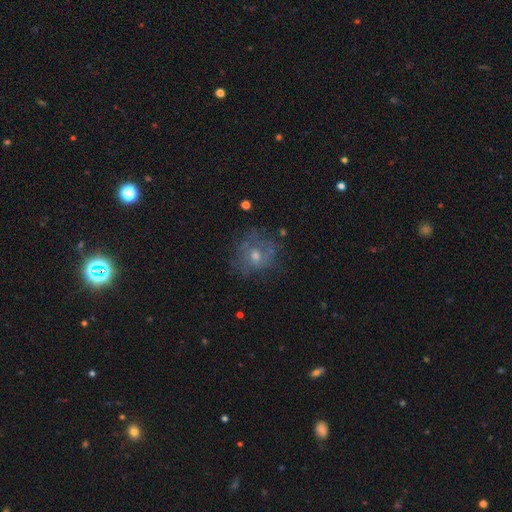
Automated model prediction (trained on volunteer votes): Q: Smooth or featured?
A: featured or disk (44%); runner-up: smooth (38%)
Q: Merging?
A: none (63%); runner-up: minor disturbance (21%)